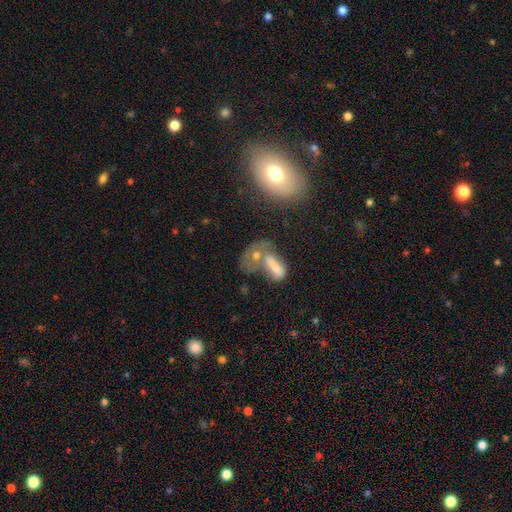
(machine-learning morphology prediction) smooth-or-featured: smooth: 56% | featured or disk: 28% | star or artifact: 17%
  how-rounded: in between: 71% | round: 15% | cigar-shaped: 14%
  merging: merger: 42% | none: 26% | major disturbance: 19% | minor disturbance: 13%